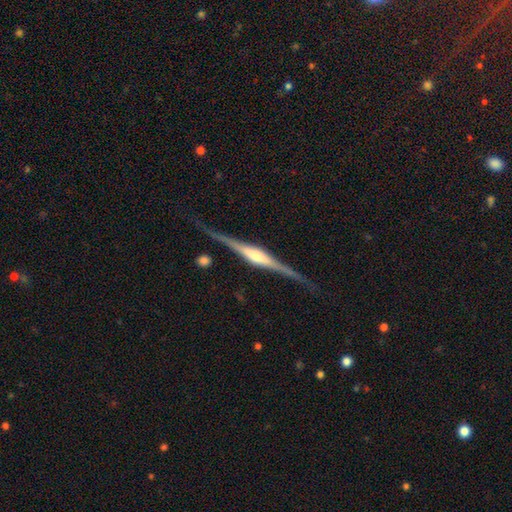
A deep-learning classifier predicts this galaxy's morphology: Smooth or featured?
  - featured or disk: 87% *
  - smooth: 9%
  - star or artifact: 5%
Edge-on disk?
  - yes: 98% *
  - no: 2%
Edge-on bulge?
  - rounded: 74% *
  - boxy: 20%
  - none: 6%
Merging?
  - none: 84% *
  - minor disturbance: 12%
  - major disturbance: 3%
  - merger: 2%